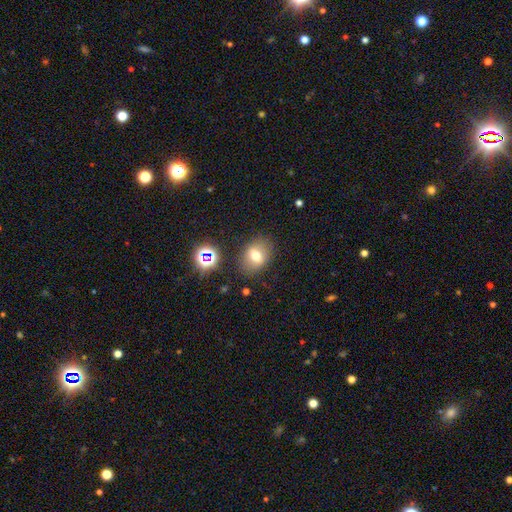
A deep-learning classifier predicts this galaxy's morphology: Overall: smooth (65%). How rounded: in between (62%; round 37%). Merging: none (80%).